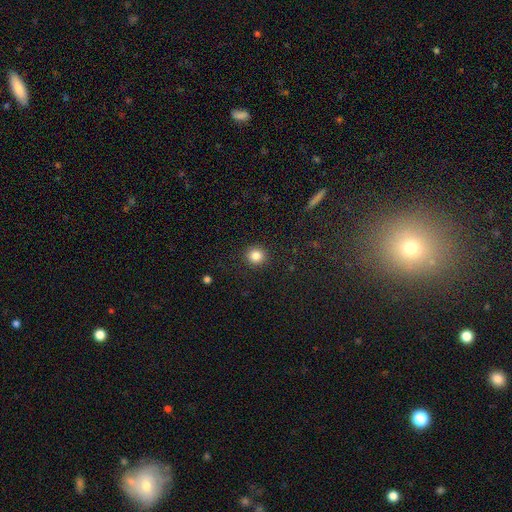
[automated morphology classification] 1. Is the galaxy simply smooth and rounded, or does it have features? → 84% smooth, 11% star or artifact, 5% featured or disk.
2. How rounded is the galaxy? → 93% round, 6% in between, 1% cigar-shaped.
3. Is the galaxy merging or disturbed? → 92% none, 5% minor disturbance, 2% major disturbance, 1% merger.